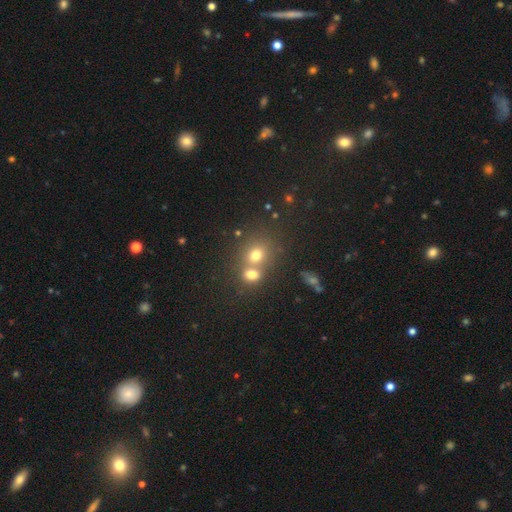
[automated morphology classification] This appears to be a smooth galaxy with no disk features (70%) that is round (70%). Merging: merger (52%).